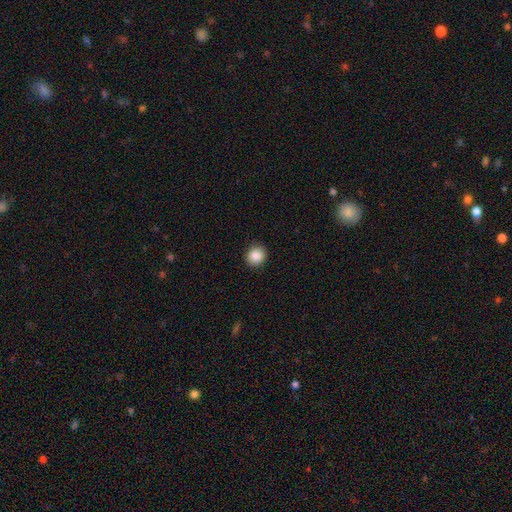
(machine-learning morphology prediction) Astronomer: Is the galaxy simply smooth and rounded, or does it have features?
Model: smooth — 88%.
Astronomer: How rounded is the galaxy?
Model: round — 82%.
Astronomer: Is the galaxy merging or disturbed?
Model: none — 90%.